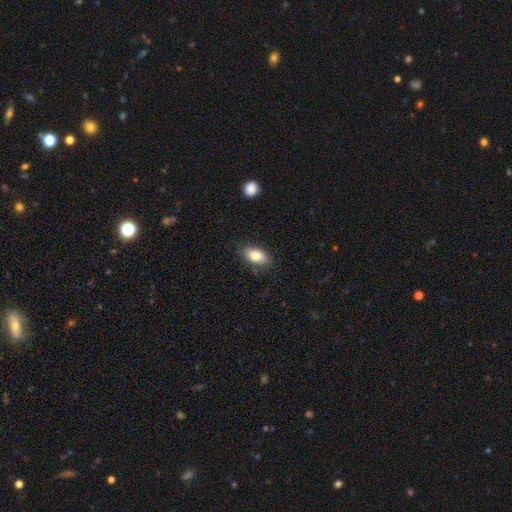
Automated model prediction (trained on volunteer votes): Smooth or featured?
  - smooth: 82% *
  - featured or disk: 11%
  - star or artifact: 7%
How rounded?
  - in between: 90% *
  - round: 5%
  - cigar-shaped: 4%
Merging?
  - none: 84% *
  - minor disturbance: 12%
  - major disturbance: 3%
  - merger: 1%